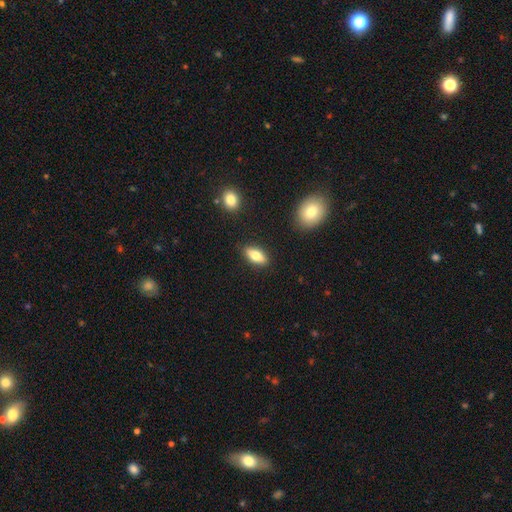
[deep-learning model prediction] Smooth or featured? Predicted: smooth (p=0.72). How rounded? Predicted: in between (p=0.77). Merging? Predicted: none (p=0.87).